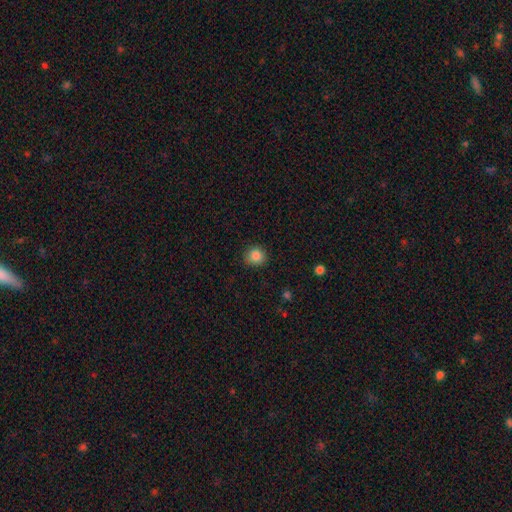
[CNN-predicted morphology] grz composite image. It shows a smooth galaxy with no disk features (85%) that is round (87%). Merging: none (87%).